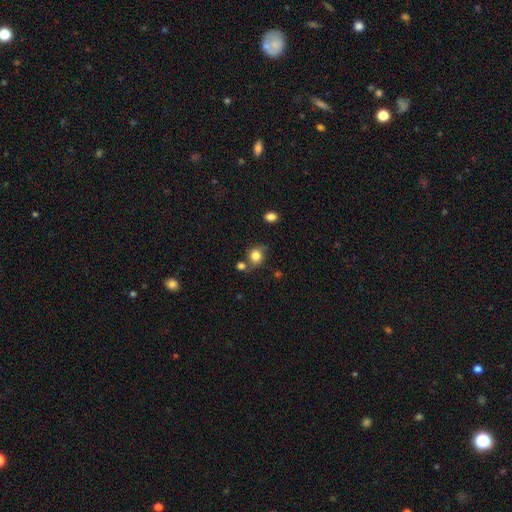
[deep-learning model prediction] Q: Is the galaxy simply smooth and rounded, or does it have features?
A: smooth — 82%.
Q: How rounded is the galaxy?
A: round — 75%.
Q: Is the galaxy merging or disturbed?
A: none — 64%.